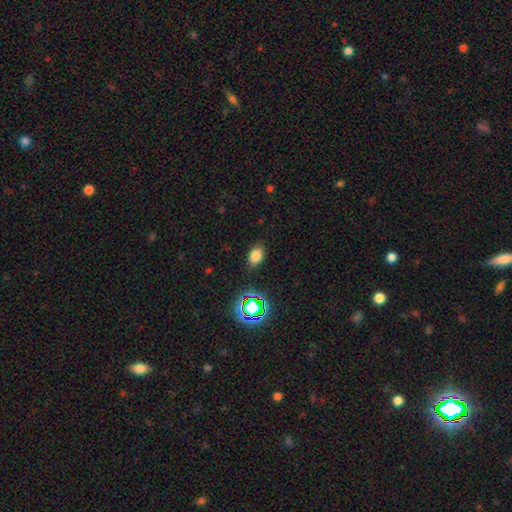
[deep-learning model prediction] Smooth or featured?
  - smooth: 77% *
  - star or artifact: 16%
  - featured or disk: 7%
How rounded?
  - in between: 82% *
  - round: 17%
  - cigar-shaped: 1%
Merging?
  - none: 85% *
  - minor disturbance: 11%
  - major disturbance: 3%
  - merger: 1%